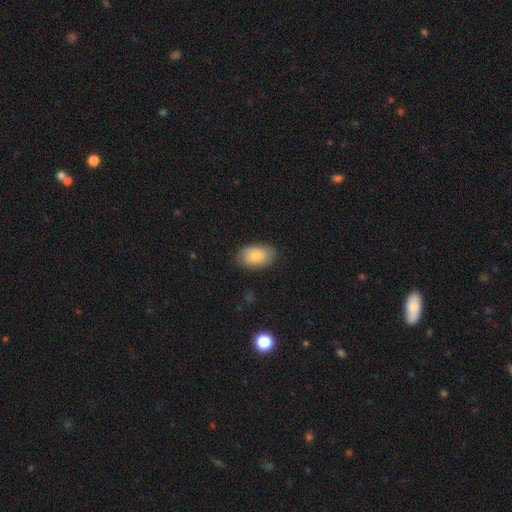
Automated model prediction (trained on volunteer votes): This appears to be a smooth galaxy with no disk features (76%) that is in between round and cigar-shaped (90%). Merging: none (82%).